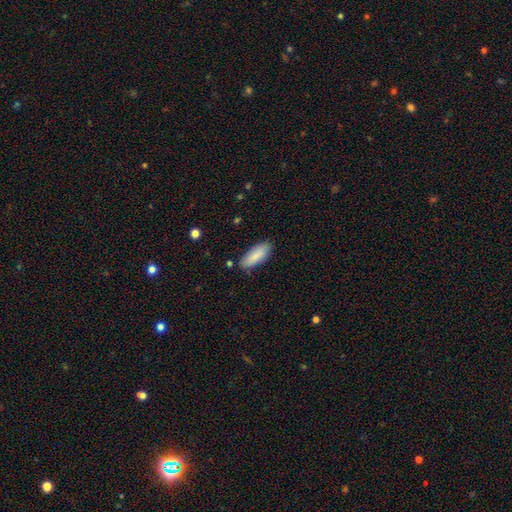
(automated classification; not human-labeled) Q: Smooth or featured?
A: smooth (85%); runner-up: featured or disk (9%)
Q: How rounded?
A: in between (72%); runner-up: cigar-shaped (26%)
Q: Merging?
A: none (83%); runner-up: minor disturbance (12%)